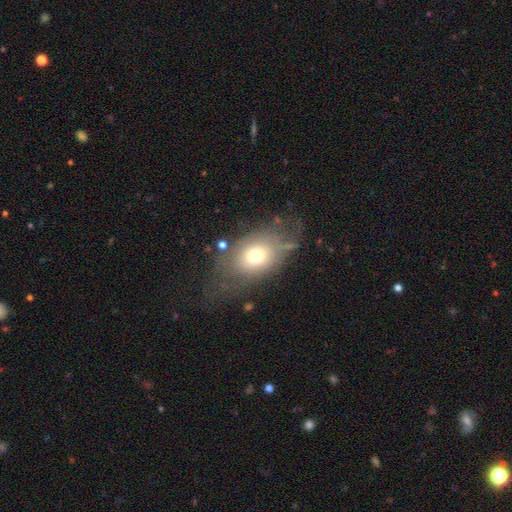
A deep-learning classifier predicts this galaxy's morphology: smooth-or-featured: smooth: 62% | featured or disk: 28% | star or artifact: 11%
  how-rounded: in between: 73% | round: 25% | cigar-shaped: 2%
  merging: none: 49% | minor disturbance: 24% | major disturbance: 23% | merger: 4%